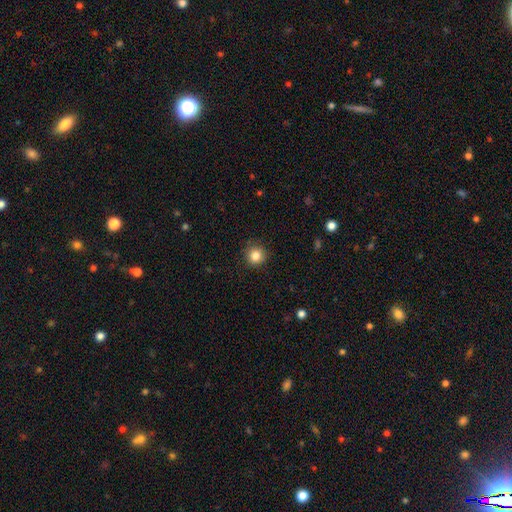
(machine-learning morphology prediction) The model was most divided on "smooth or featured": smooth: 84%, star or artifact: 11%, featured or disk: 5%. More confident: how rounded — round (94%); merging — none (91%).